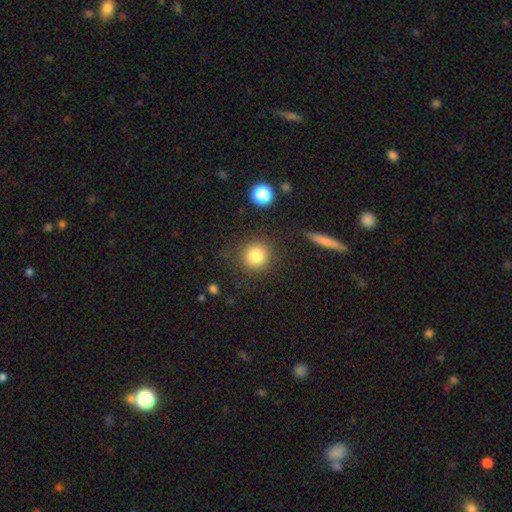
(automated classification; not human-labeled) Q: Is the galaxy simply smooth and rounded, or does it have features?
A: smooth — 82%.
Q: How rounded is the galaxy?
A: round — 91%.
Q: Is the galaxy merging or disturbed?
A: none — 85%.